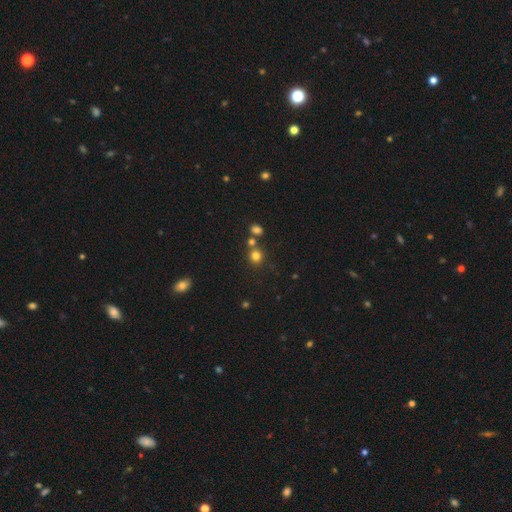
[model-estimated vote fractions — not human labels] Overall: smooth (77%). How rounded: round (87%). Merging: none (70%).